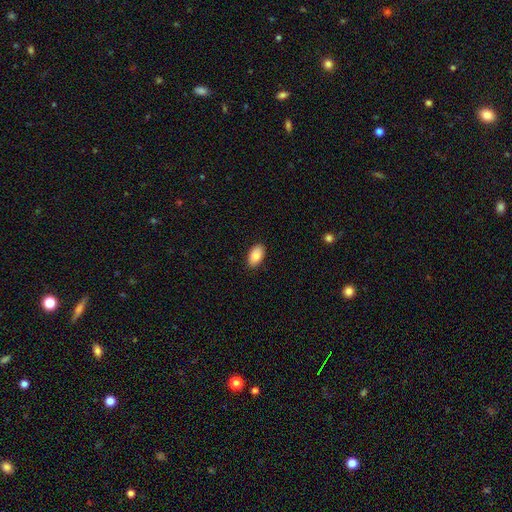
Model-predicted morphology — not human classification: This appears to be a smooth galaxy with no disk features (84%) that is in between round and cigar-shaped (94%). Merging: none (88%).